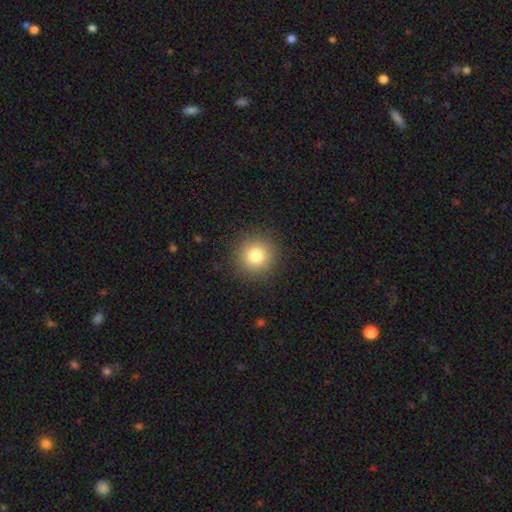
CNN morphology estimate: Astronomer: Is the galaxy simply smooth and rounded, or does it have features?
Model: smooth — 79%.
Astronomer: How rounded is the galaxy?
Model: round — 94%.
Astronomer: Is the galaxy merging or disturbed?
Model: none — 90%.